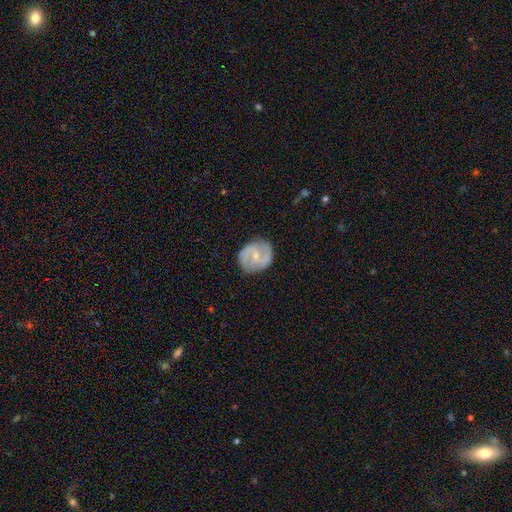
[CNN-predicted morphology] The model was most divided on "bar": weak: 49%, no: 36%, strong: 15%. Remaining: edge-on disk — no (97%); spiral arms — yes (89%); spiral arm count — 2 (82%); merging — none (82%); smooth or featured — featured or disk (71%); bulge size — small (63%); spiral winding — medium (48%).